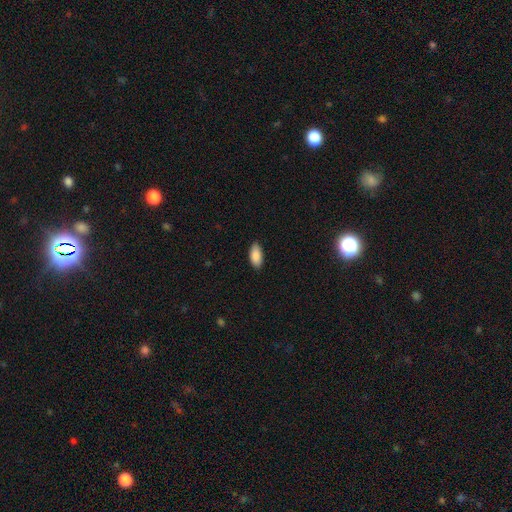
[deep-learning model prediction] Smooth or featured? smooth (90%)
How rounded? in between (93%)
Merging? none (87%)